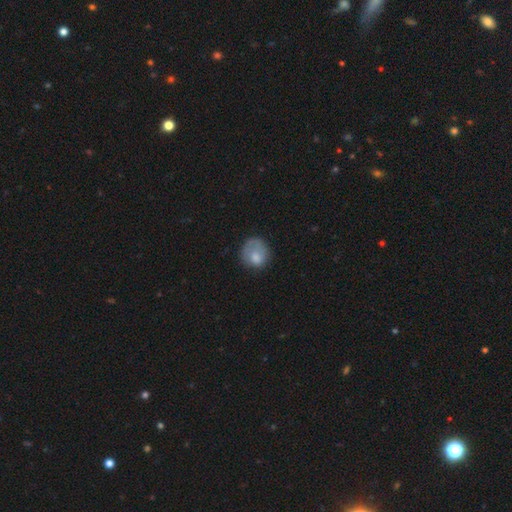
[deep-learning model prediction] smooth_or_featured: smooth (p=0.72) [alt: featured or disk p=0.20]
how_rounded: round (p=0.77) [alt: in between p=0.22]
merging: none (p=0.51) [alt: minor disturbance p=0.26]